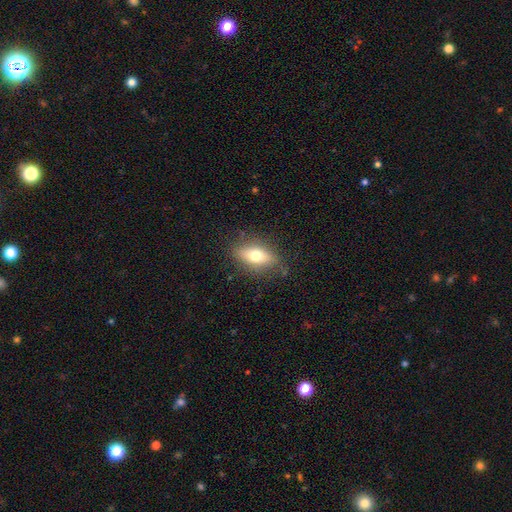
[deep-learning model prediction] smooth_or_featured: smooth (p=0.64) [alt: featured or disk p=0.28]
how_rounded: in between (p=0.77) [alt: cigar-shaped p=0.13]
merging: none (p=0.81) [alt: minor disturbance p=0.14]